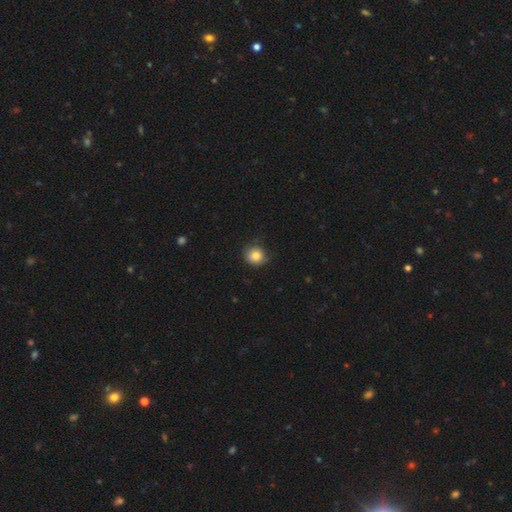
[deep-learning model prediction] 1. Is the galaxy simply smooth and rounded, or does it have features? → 82% smooth, 10% star or artifact, 8% featured or disk.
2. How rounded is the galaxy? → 88% round, 11% in between, 1% cigar-shaped.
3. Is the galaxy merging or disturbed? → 72% none, 22% minor disturbance, 5% major disturbance, 1% merger.